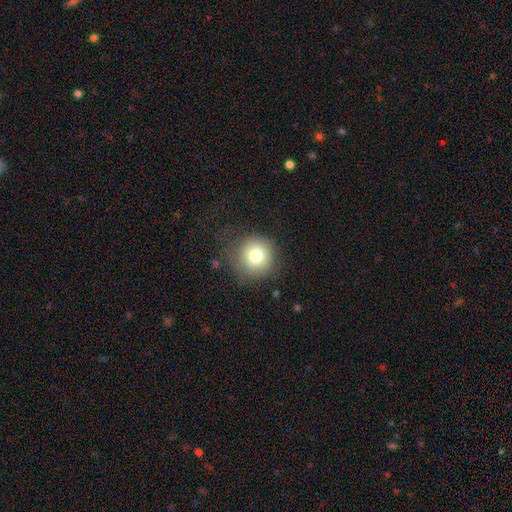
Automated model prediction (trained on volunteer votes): This is likely a smooth galaxy (76%). How rounded: clearly round (94%). Merging: likely none (77%).